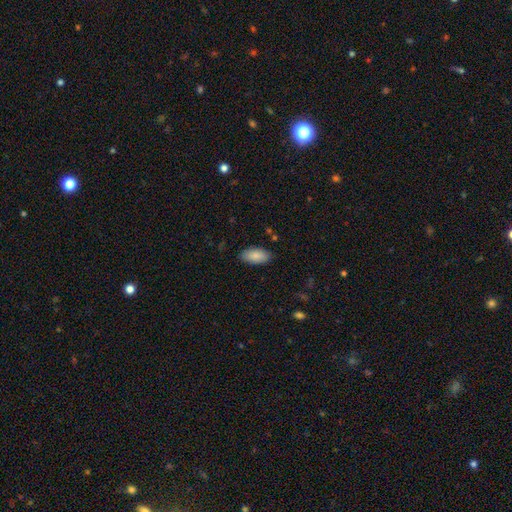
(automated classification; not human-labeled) A smooth galaxy with no disk features (88%) that is in between round and cigar-shaped (93%).

Vote fractions:
- Smooth or featured? smooth: 88% / star or artifact: 6% / featured or disk: 6%
- How rounded? in between: 93% / cigar-shaped: 5% / round: 2%
- Merging? none: 87% / minor disturbance: 10% / major disturbance: 2% / merger: 1%